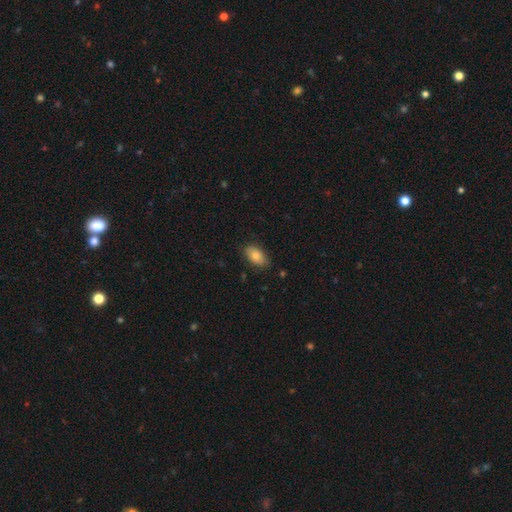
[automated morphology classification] Q: Smooth or featured?
A: smooth (82%); runner-up: featured or disk (11%)
Q: How rounded?
A: in between (92%); runner-up: round (6%)
Q: Merging?
A: none (82%); runner-up: minor disturbance (15%)